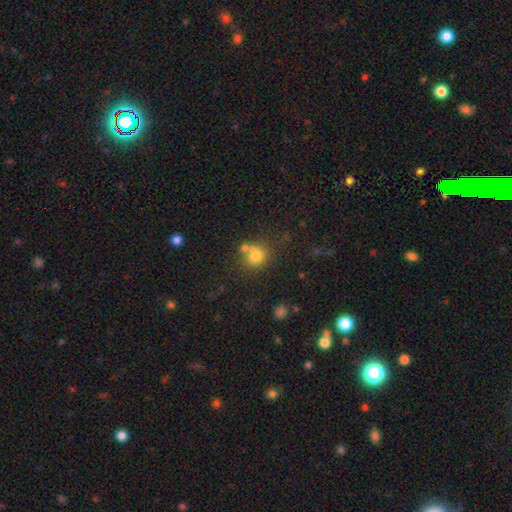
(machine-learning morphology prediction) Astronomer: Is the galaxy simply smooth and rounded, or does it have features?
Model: smooth — 75%.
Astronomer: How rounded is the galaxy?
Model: round — 81%.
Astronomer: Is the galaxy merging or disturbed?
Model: none — 52% (runner-up: merger, 32%).